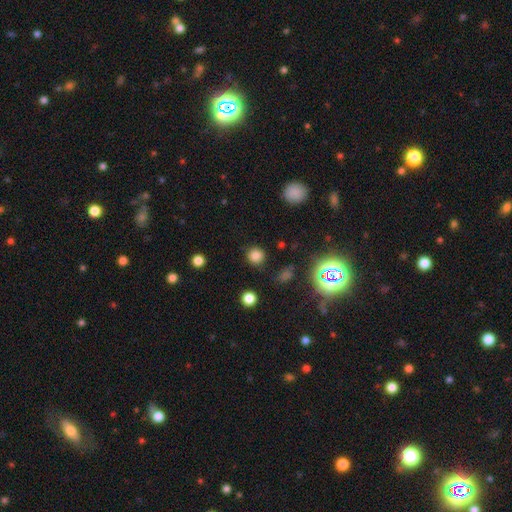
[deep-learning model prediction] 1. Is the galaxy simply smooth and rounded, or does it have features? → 80% smooth, 15% star or artifact, 4% featured or disk.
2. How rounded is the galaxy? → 92% round, 7% in between, 1% cigar-shaped.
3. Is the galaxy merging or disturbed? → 88% none, 7% minor disturbance, 3% major disturbance, 2% merger.